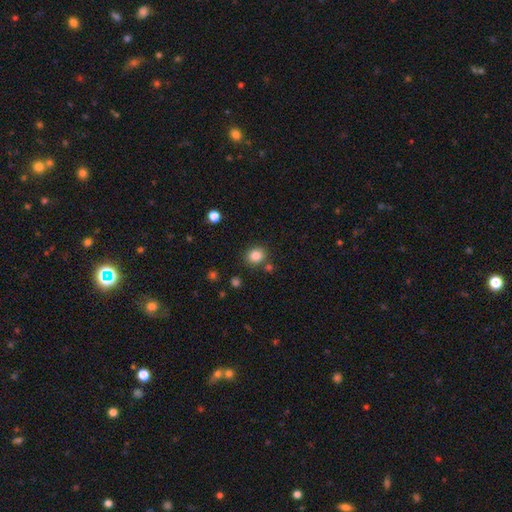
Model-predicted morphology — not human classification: Q: Smooth or featured?
A: smooth (84%); runner-up: star or artifact (11%)
Q: How rounded?
A: round (76%); runner-up: in between (23%)
Q: Merging?
A: none (83%); runner-up: minor disturbance (9%)